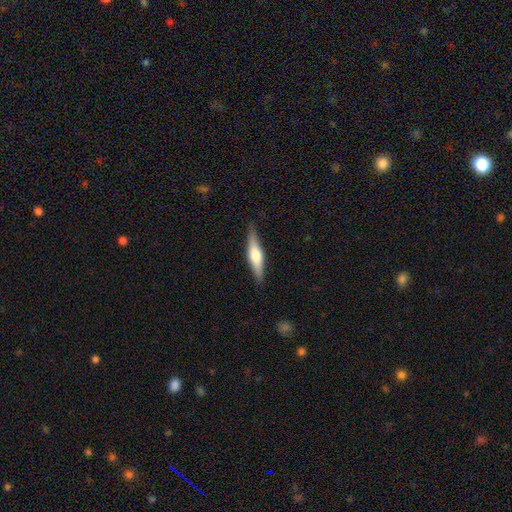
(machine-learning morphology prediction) featured or disk 50%, smooth 44%, star or artifact 5%. Down the decision tree: edge-on disk — yes (94%); merging — none (86%).